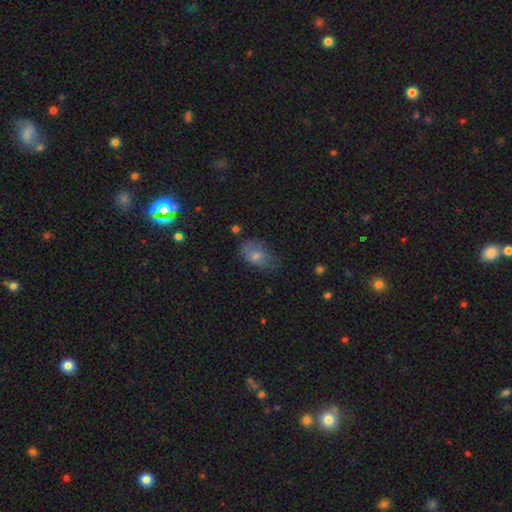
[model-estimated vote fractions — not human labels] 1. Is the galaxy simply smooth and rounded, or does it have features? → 63% smooth, 21% featured or disk, 15% star or artifact.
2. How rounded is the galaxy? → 84% in between, 13% round, 2% cigar-shaped.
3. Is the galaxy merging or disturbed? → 55% none, 30% minor disturbance, 12% major disturbance, 2% merger.